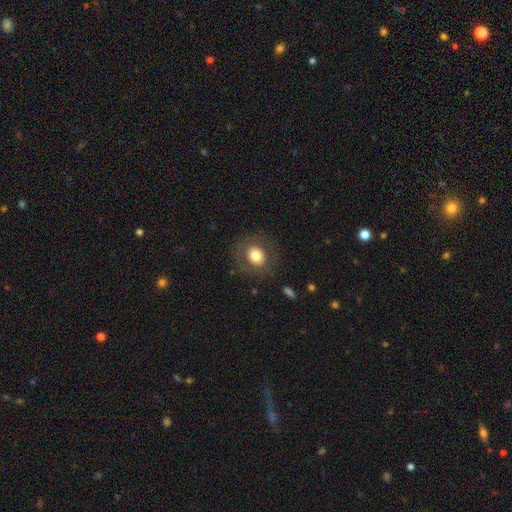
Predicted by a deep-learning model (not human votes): smooth 71%, featured or disk 20%, star or artifact 8%. Down the decision tree: how rounded — round (71%); merging — none (81%).